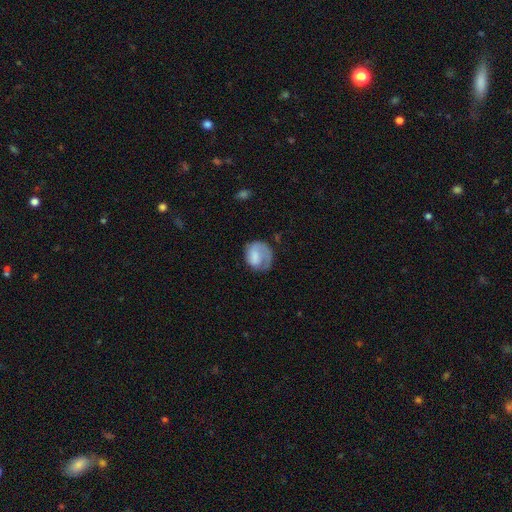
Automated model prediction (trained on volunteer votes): Smooth or featured? Predicted: smooth (p=0.53). How rounded? Predicted: round (p=0.60). Merging? Predicted: none (p=0.47).